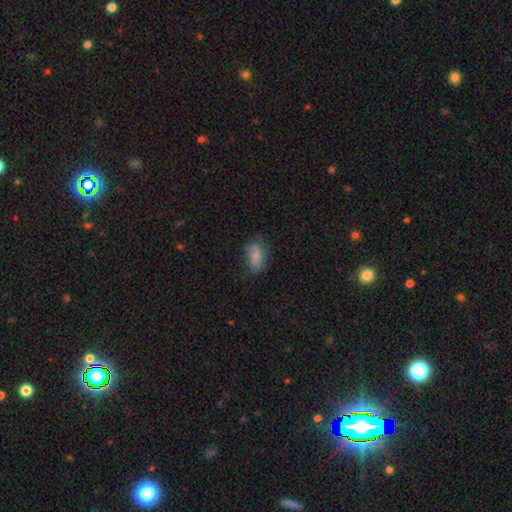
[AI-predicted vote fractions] Smooth or featured? Predicted: smooth (p=0.77). How rounded? Predicted: in between (p=0.90). Merging? Predicted: none (p=0.65).